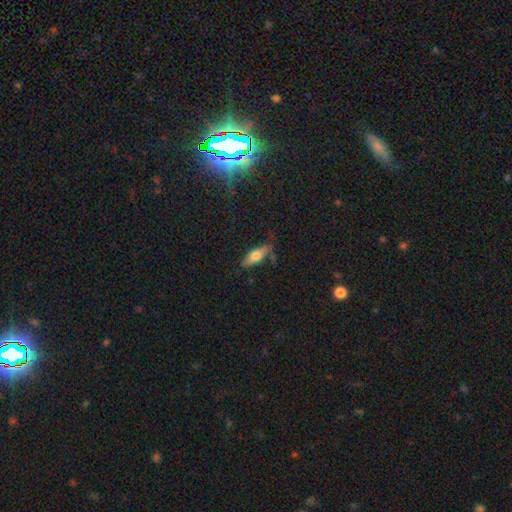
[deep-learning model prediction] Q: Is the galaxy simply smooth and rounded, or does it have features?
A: smooth — 59%.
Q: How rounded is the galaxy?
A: in between — 52%.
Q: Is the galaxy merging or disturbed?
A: none — 67%.